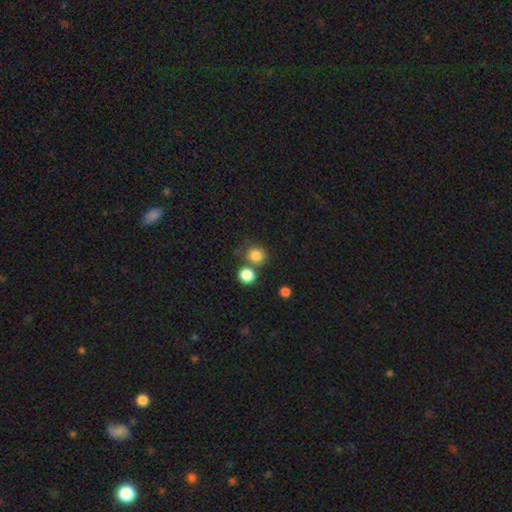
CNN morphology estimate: The model was most divided on "merging": none: 67%, merger: 20%, minor disturbance: 10%, major disturbance: 4%. More confident: how rounded — round (86%); smooth or featured — smooth (82%).